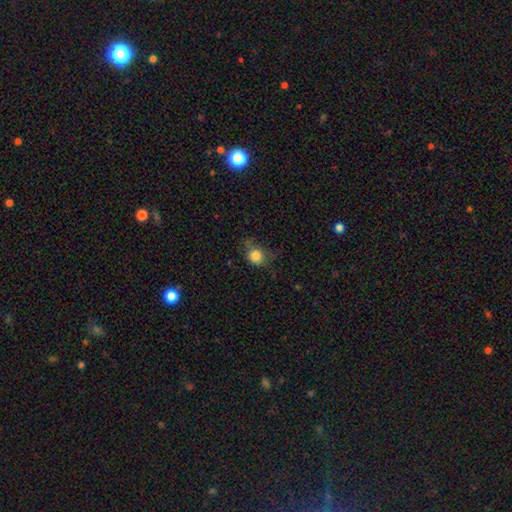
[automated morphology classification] Q: Smooth or featured?
A: smooth (82%); runner-up: star or artifact (11%)
Q: How rounded?
A: round (71%); runner-up: in between (28%)
Q: Merging?
A: none (57%); runner-up: minor disturbance (28%)